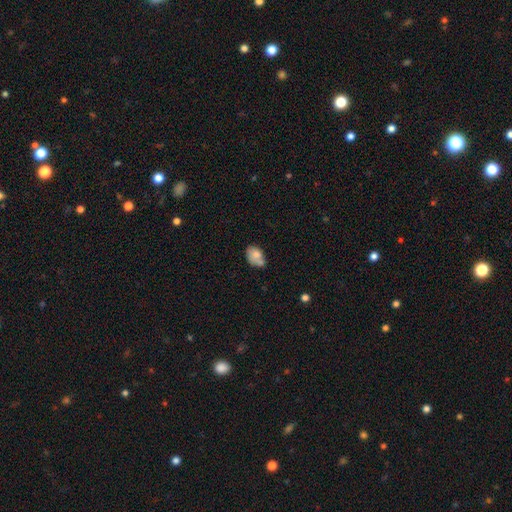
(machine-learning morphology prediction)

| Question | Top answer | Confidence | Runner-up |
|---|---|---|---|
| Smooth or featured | smooth | 72% | featured or disk (19%) |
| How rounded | in between | 78% | round (20%) |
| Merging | none | 39% | minor disturbance (27%) |